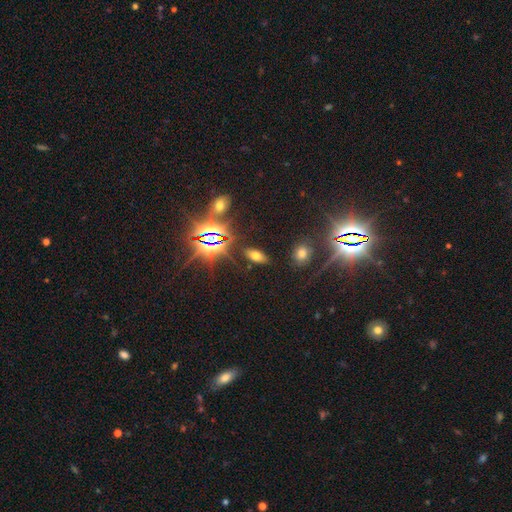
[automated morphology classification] smooth-or-featured: smooth: 55% | star or artifact: 32% | featured or disk: 13%
  how-rounded: in between: 83% | cigar-shaped: 11% | round: 6%
  merging: none: 86% | minor disturbance: 9% | major disturbance: 3% | merger: 2%